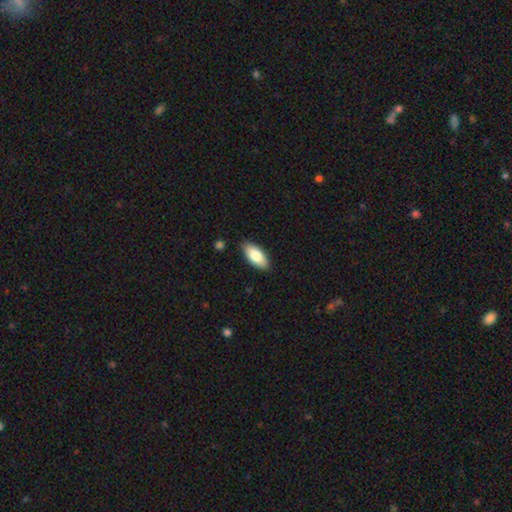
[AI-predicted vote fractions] Morphology: type=smooth (82%); roundness=in between (88%); merging=none (87%).